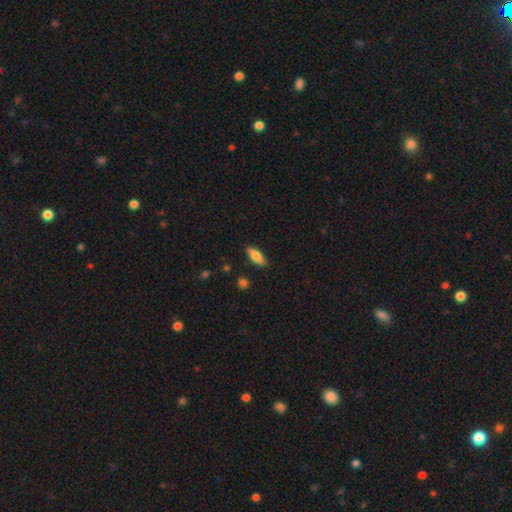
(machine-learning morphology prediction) Smooth or featured? Predicted: smooth (p=0.72). How rounded? Predicted: in between (p=0.64). Merging? Predicted: none (p=0.85).